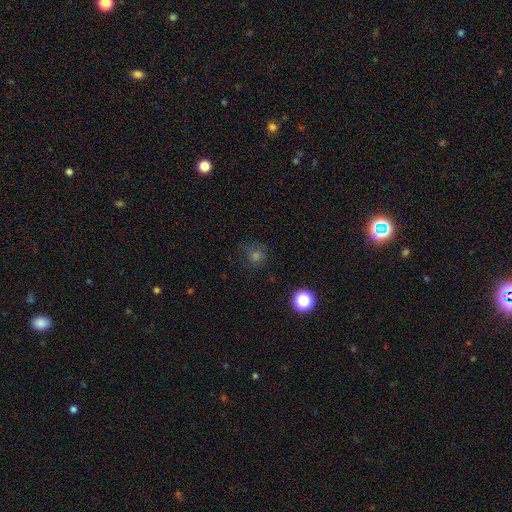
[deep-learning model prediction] Smooth or featured?
  - smooth: 61% *
  - star or artifact: 29%
  - featured or disk: 9%
How rounded?
  - round: 89% *
  - in between: 10%
  - cigar-shaped: 1%
Merging?
  - none: 74% *
  - minor disturbance: 16%
  - major disturbance: 8%
  - merger: 2%